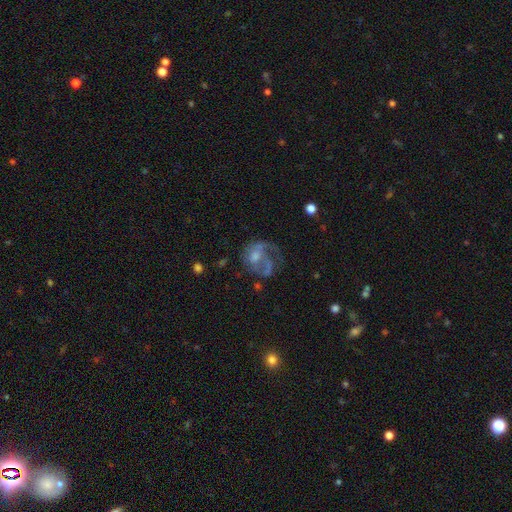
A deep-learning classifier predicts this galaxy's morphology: type=featured or disk (68%); edge-on=no (97%); bar=no (69%); spiral arms=yes (70%); bulge=moderate (45%); merging=major disturbance (39%, tied with none).